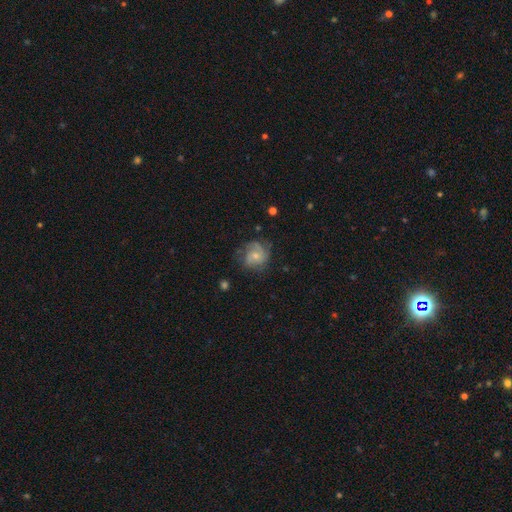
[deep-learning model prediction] featured or disk 59%, smooth 33%, star or artifact 8%. Down the decision tree: edge-on disk — no (98%); bar — no (72%); spiral arms — yes (85%); bulge size — small (57%); merging — none (60%).